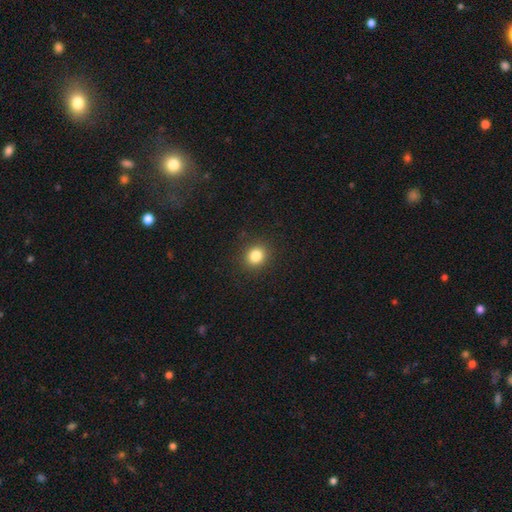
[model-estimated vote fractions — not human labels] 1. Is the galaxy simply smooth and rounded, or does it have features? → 83% smooth, 12% star or artifact, 5% featured or disk.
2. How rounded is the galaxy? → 74% round, 25% in between, 1% cigar-shaped.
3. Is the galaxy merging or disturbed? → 90% none, 7% minor disturbance, 2% major disturbance, 1% merger.